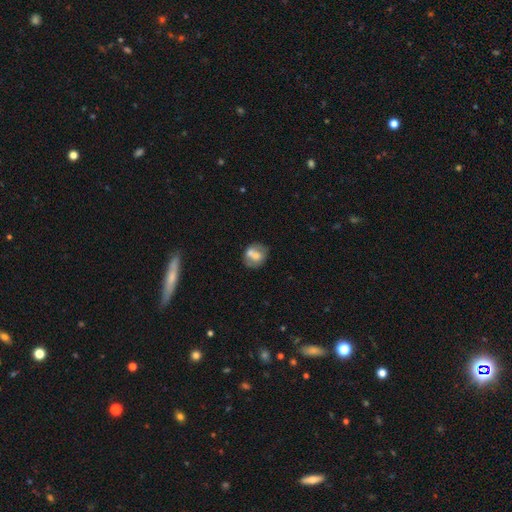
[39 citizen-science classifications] smooth-or-featured: smooth: 62% | featured or disk: 33% | star or artifact: 5%
  how-rounded: round: 67% | in between: 33% | cigar-shaped: 0%
  merging: none: 46% (tied) | merger: 46% (tied) | minor disturbance: 5% | major disturbance: 3%